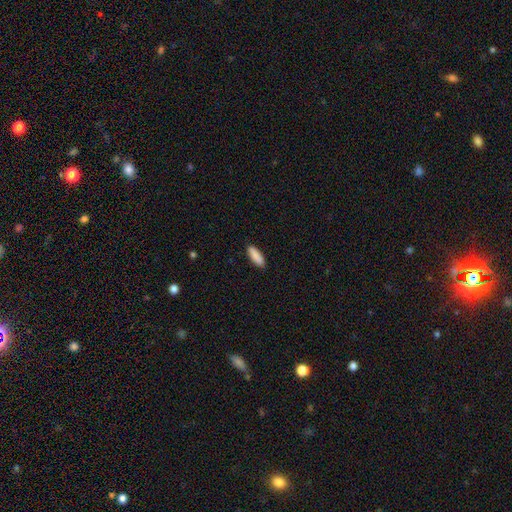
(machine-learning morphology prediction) Smooth or featured? smooth (90%)
How rounded? cigar-shaped (51%)
Merging? none (90%)